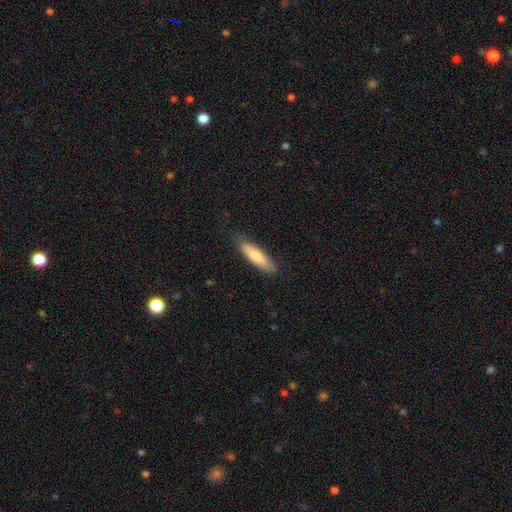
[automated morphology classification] Smooth or featured? smooth (77%)
How rounded? cigar-shaped (64%)
Merging? none (84%)